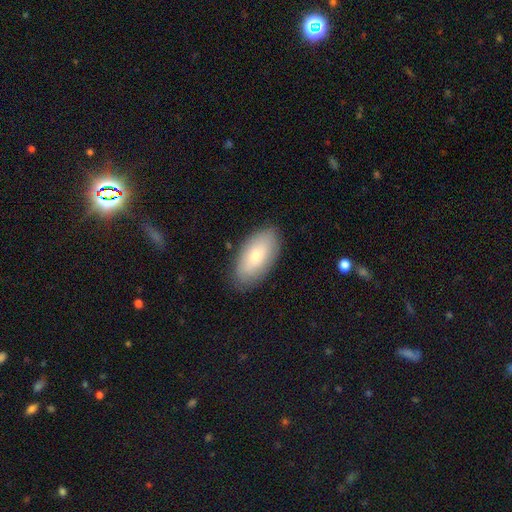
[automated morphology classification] smooth-or-featured: smooth: 69% | featured or disk: 24% | star or artifact: 7%
  how-rounded: in between: 93% | cigar-shaped: 4% | round: 3%
  merging: none: 85% | minor disturbance: 11% | major disturbance: 3% | merger: 1%